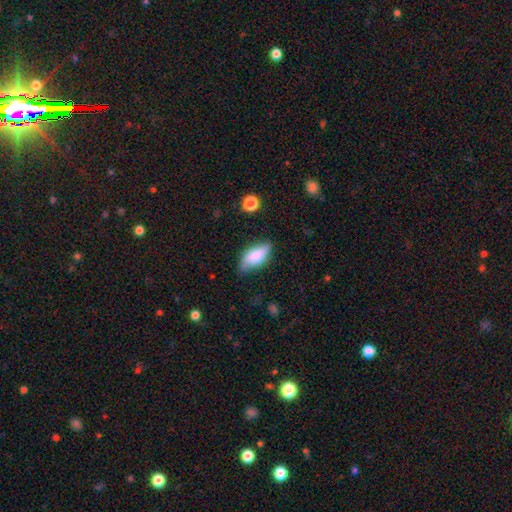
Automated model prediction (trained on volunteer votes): Morphology: type=smooth (73%); roundness=in between (86%); merging=none (61%).